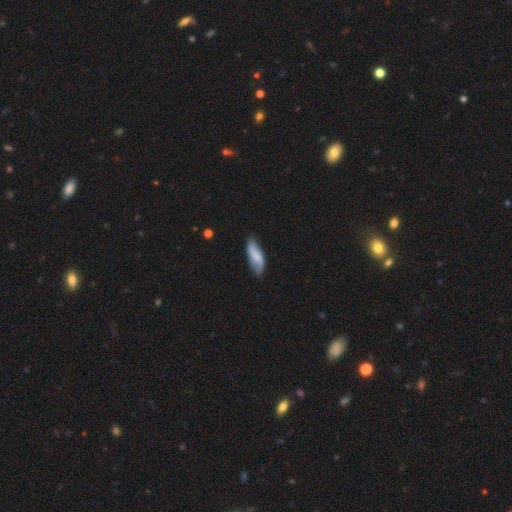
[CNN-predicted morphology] This appears to be a smooth galaxy with no disk features (72%) that is in between round and cigar-shaped (67%). Merging: none (69%).